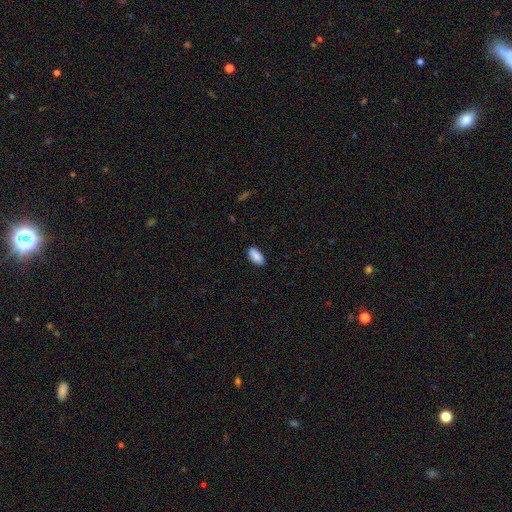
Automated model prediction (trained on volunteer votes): Smooth or featured? smooth (89%)
How rounded? in between (90%)
Merging? none (85%)